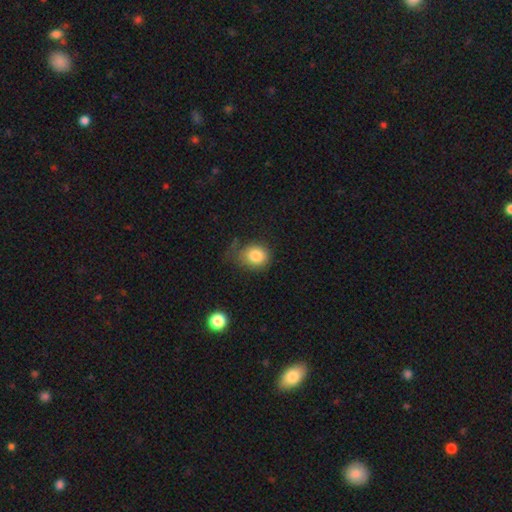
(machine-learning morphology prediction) Smooth or featured? smooth (83%)
How rounded? round (68%)
Merging? none (57%)